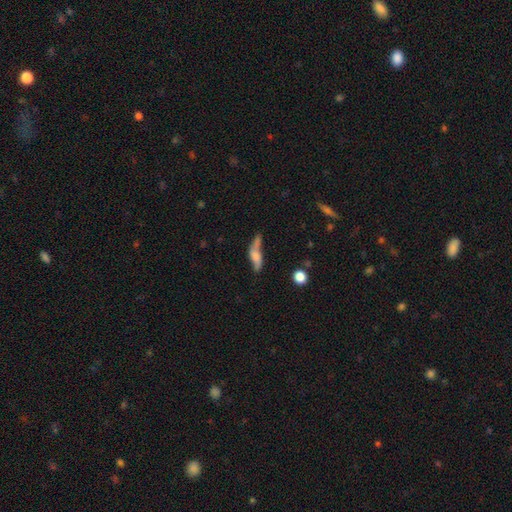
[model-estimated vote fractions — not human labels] A smooth galaxy with no disk features (46%). Merging: none (38%).